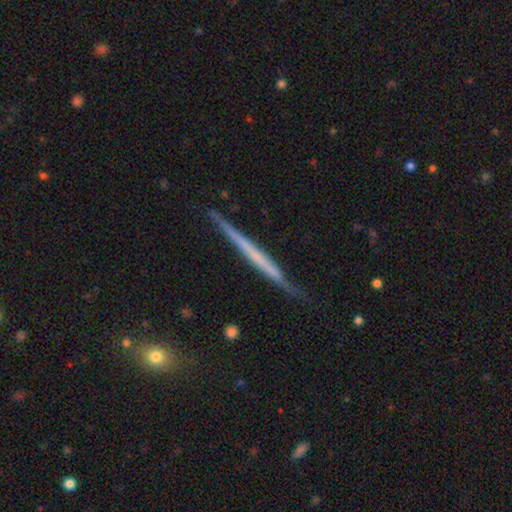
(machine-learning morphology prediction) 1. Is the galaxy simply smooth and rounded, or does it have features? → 62% featured or disk, 33% smooth, 6% star or artifact.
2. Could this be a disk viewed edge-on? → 97% yes, 3% no.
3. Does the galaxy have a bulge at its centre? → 89% none, 6% rounded, 4% boxy.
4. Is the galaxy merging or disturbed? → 83% none, 13% minor disturbance, 2% major disturbance, 1% merger.